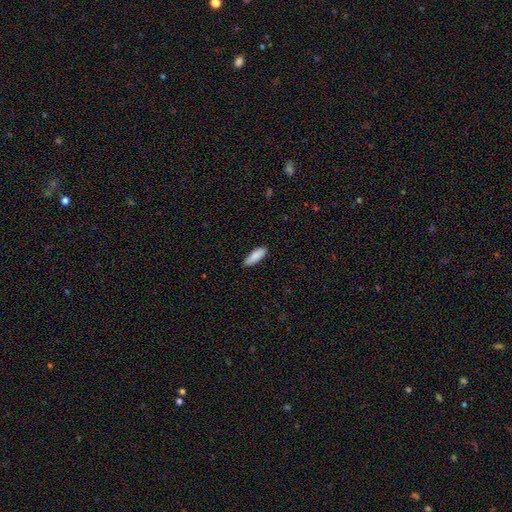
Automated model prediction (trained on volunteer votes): Smooth or featured? smooth (88%)
How rounded? in between (63%)
Merging? none (87%)